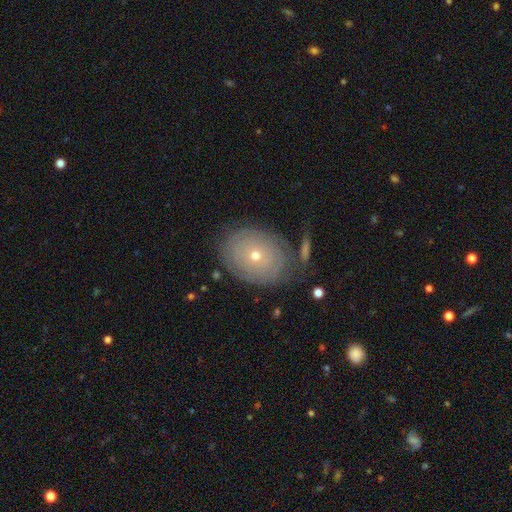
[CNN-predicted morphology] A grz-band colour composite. It shows a featured or disk galaxy (50%). Merging: none (73%).